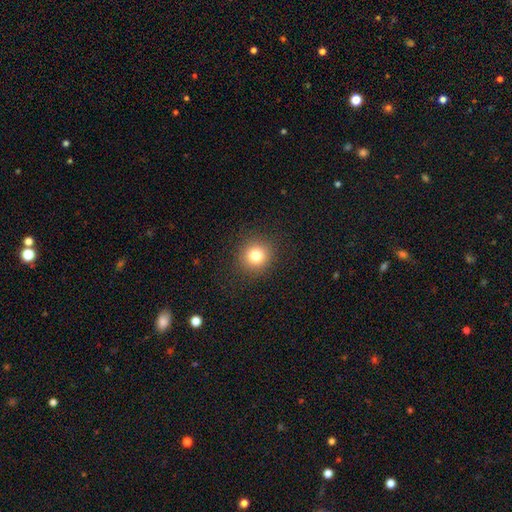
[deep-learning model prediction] Q: Smooth or featured?
A: smooth (80%); runner-up: star or artifact (13%)
Q: How rounded?
A: round (91%); runner-up: in between (8%)
Q: Merging?
A: none (91%); runner-up: minor disturbance (6%)